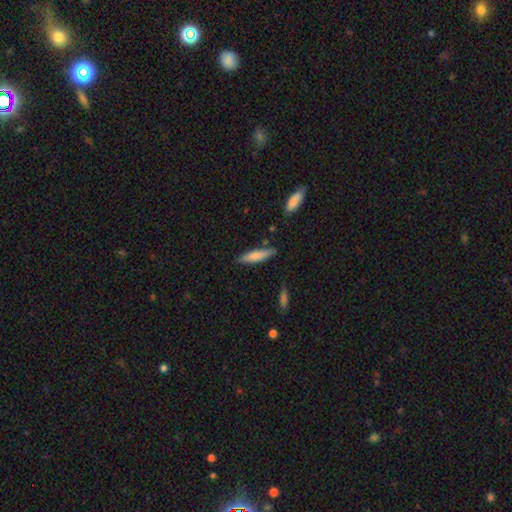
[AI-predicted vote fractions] Smooth or featured? Predicted: smooth (p=0.75). How rounded? Predicted: cigar-shaped (p=0.76). Merging? Predicted: none (p=0.81).